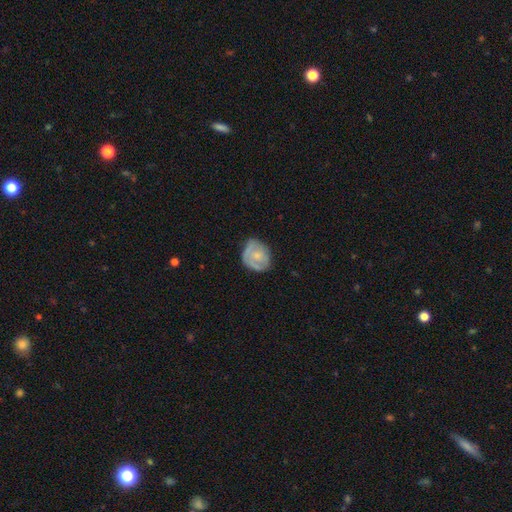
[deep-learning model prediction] A smooth galaxy with no disk features (51%) that is round (61%).

Vote fractions:
- Smooth or featured? smooth: 51% / featured or disk: 42% / star or artifact: 7%
- How rounded? round: 61% / in between: 38% / cigar-shaped: 1%
- Merging? none: 57% / minor disturbance: 30% / major disturbance: 11% / merger: 2%